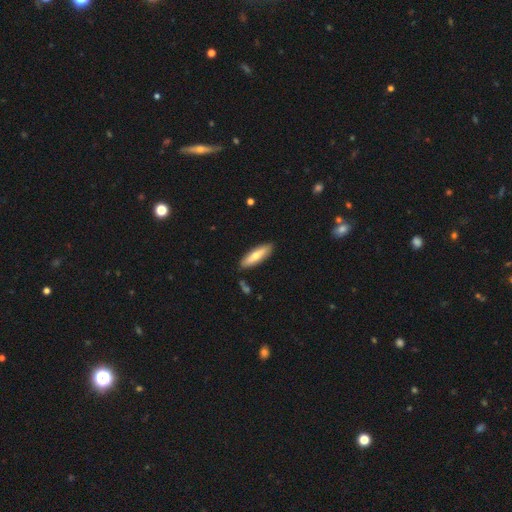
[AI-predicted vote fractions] Q: Smooth or featured?
A: smooth (65%); runner-up: featured or disk (29%)
Q: How rounded?
A: cigar-shaped (60%); runner-up: in between (38%)
Q: Merging?
A: none (85%); runner-up: minor disturbance (10%)